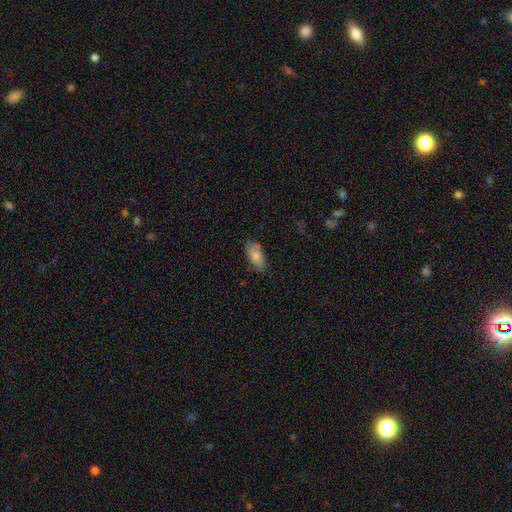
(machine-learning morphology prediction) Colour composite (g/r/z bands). It shows a smooth galaxy with no disk features (82%) that is in between round and cigar-shaped (90%). Merging: none (73%).